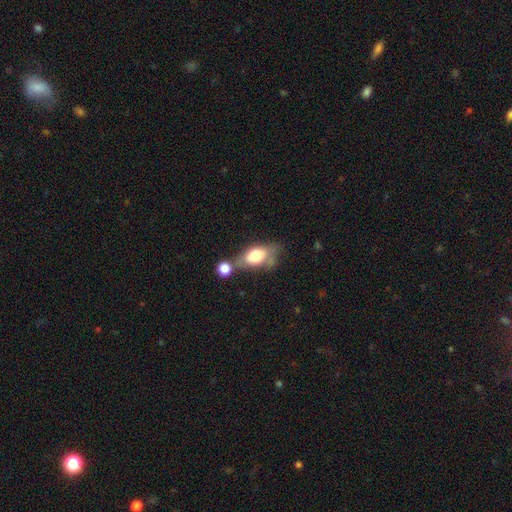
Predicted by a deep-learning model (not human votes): A smooth galaxy with no disk features (66%) that is in between round and cigar-shaped (83%).

Vote fractions:
- Smooth or featured? smooth: 66% / featured or disk: 26% / star or artifact: 8%
- How rounded? in between: 83% / round: 9% / cigar-shaped: 8%
- Merging? none: 36% / merger: 28% / minor disturbance: 23% / major disturbance: 13%